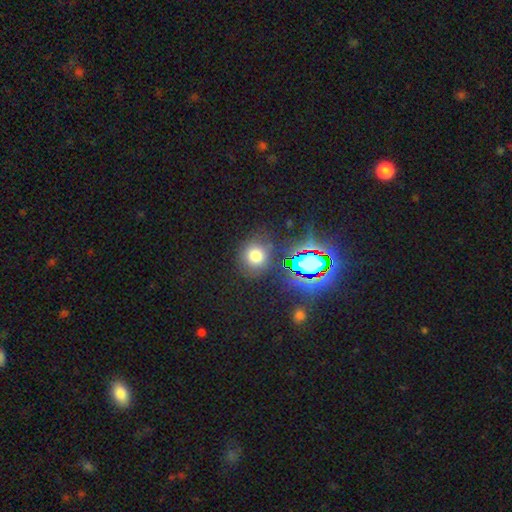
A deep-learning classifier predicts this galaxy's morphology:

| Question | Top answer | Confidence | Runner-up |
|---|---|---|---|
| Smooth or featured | smooth | 69% | star or artifact (23%) |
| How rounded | round | 87% | in between (12%) |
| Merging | none | 82% | minor disturbance (10%) |